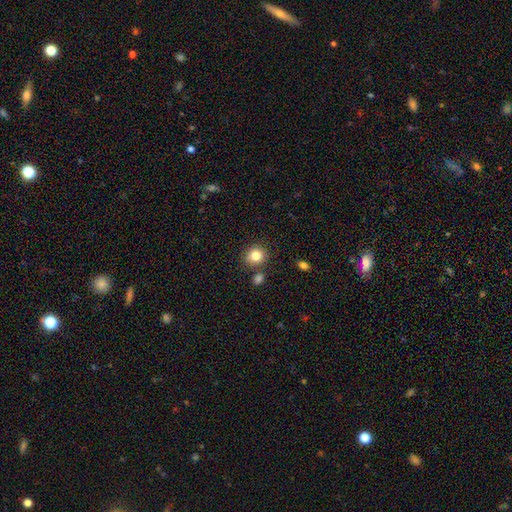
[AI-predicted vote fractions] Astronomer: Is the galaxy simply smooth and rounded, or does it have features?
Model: smooth — 83%.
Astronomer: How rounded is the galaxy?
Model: round — 80%.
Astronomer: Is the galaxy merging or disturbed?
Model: none — 79%.